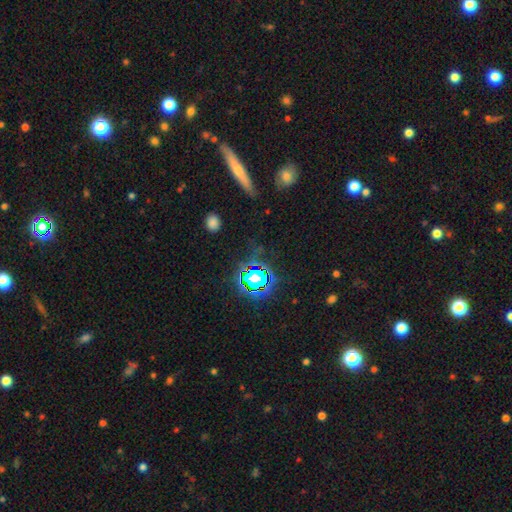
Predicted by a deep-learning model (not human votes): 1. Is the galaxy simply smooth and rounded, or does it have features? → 51% star or artifact, 25% smooth, 24% featured or disk.